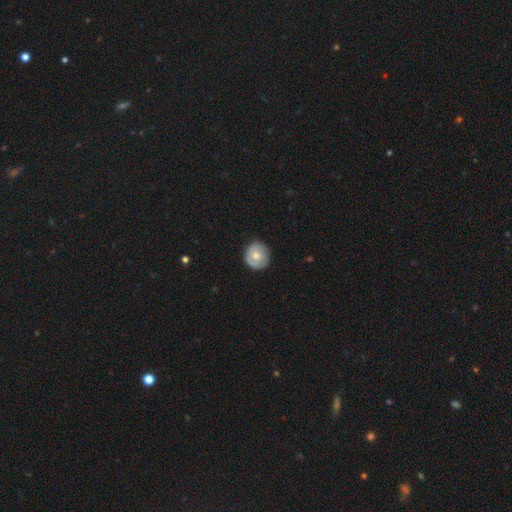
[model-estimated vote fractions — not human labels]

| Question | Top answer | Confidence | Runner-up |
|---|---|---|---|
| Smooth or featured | smooth | 64% | featured or disk (30%) |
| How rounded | round | 90% | in between (9%) |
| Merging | none | 78% | minor disturbance (17%) |